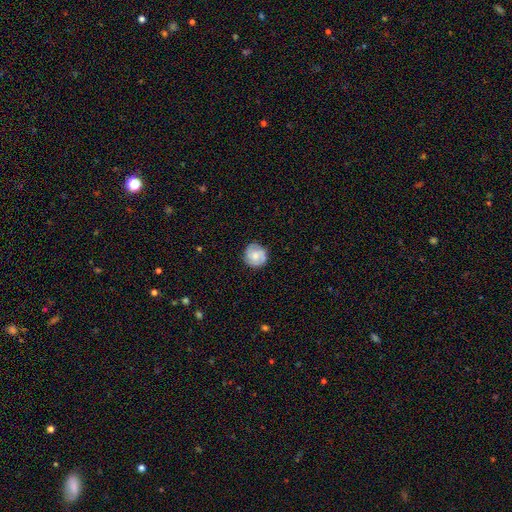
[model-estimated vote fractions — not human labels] Smooth or featured? smooth (47%)
Merging? none (81%)